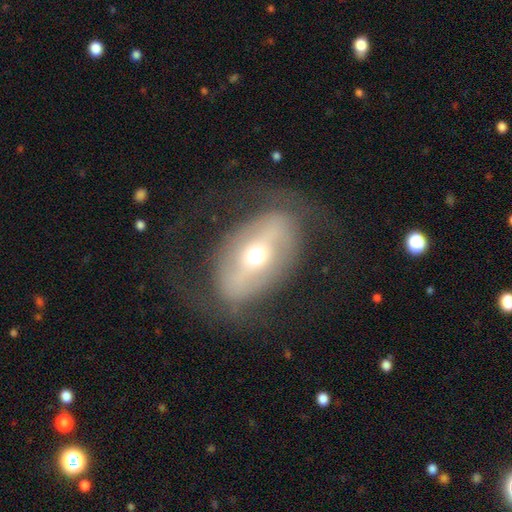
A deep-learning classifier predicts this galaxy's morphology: smooth-or-featured: featured or disk: 62% | smooth: 29% | star or artifact: 8%
  disk-edge-on: no: 86% | yes: 14%
    bar: strong: 51% | no: 25% | weak: 23%
    has-spiral-arms: no: 69% | yes: 31%
    bulge-size: moderate: 64% | small: 25% | large: 8% | dominant: 2% | none: 1%
  merging: none: 66% | major disturbance: 17% | minor disturbance: 16% | merger: 1%